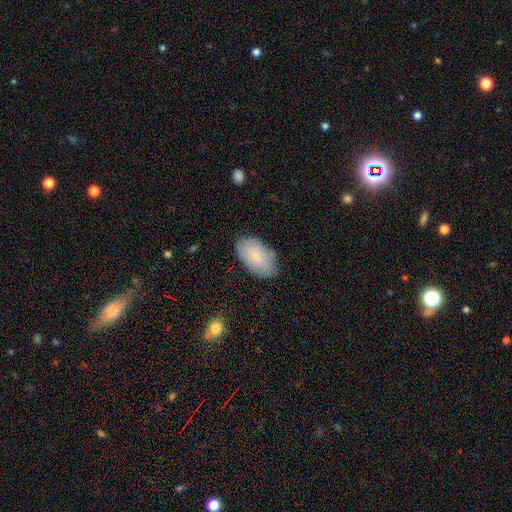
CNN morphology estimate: smooth-or-featured: smooth: 80% | featured or disk: 14% | star or artifact: 6%
  how-rounded: in between: 95% | round: 3% | cigar-shaped: 2%
  merging: none: 82% | minor disturbance: 14% | major disturbance: 3% | merger: 1%